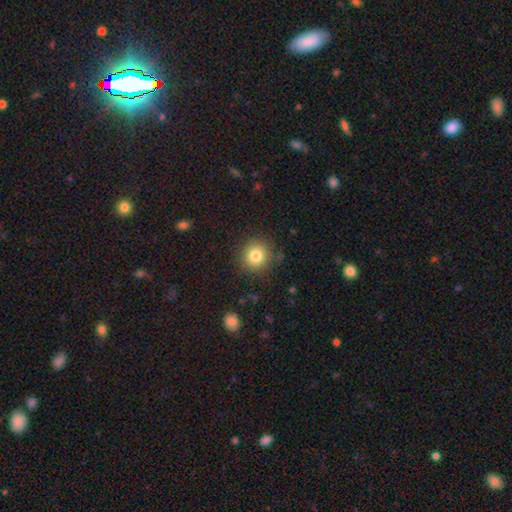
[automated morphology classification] smooth-or-featured: smooth: 81% | star or artifact: 11% | featured or disk: 8%
  how-rounded: round: 91% | in between: 8% | cigar-shaped: 1%
  merging: none: 87% | minor disturbance: 8% | major disturbance: 3% | merger: 1%